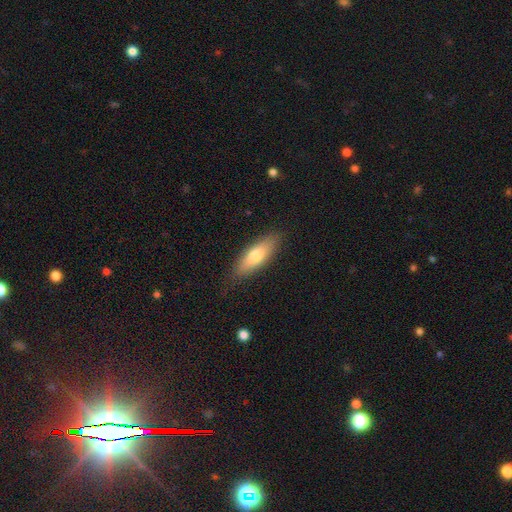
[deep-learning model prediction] This appears to be a smooth galaxy with no disk features (70%) that is in between round and cigar-shaped (62%). Merging: none (83%).